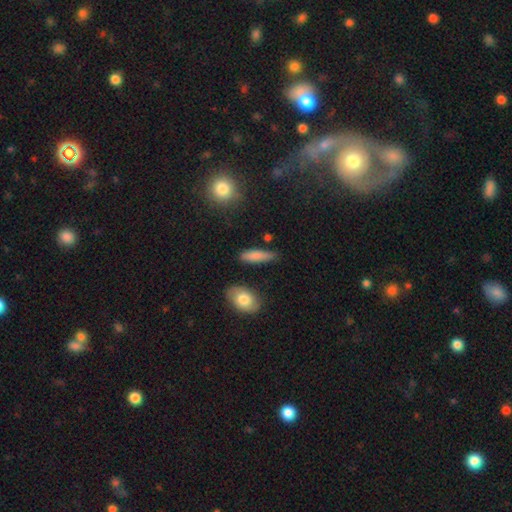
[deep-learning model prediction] Smooth or featured?
  - smooth: 80% *
  - featured or disk: 12%
  - star or artifact: 7%
How rounded?
  - cigar-shaped: 60% *
  - in between: 37%
  - round: 3%
Merging?
  - none: 80% *
  - minor disturbance: 14%
  - merger: 3%
  - major disturbance: 3%